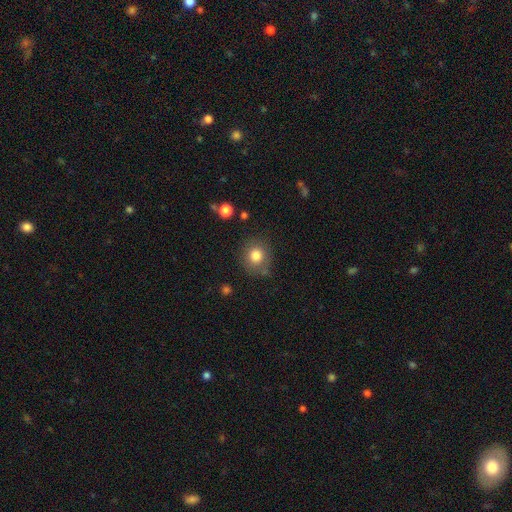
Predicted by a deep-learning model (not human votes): The model was most divided on "merging": none: 78%, minor disturbance: 13%, major disturbance: 5%, merger: 4%. More confident: how rounded — round (87%); smooth or featured — smooth (81%).